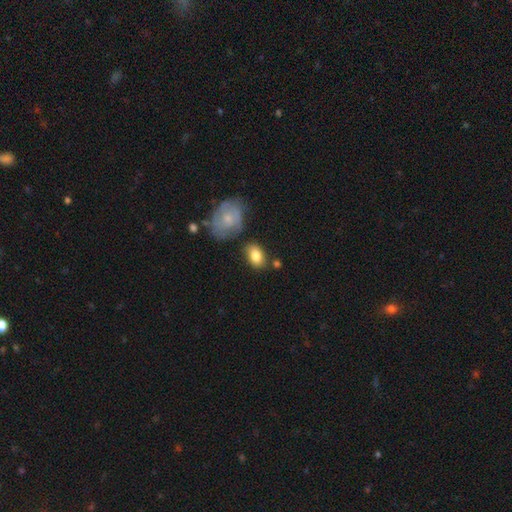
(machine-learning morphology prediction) smooth_or_featured: smooth (p=0.82) [alt: featured or disk p=0.11]
how_rounded: in between (p=0.83) [alt: round p=0.15]
merging: none (p=0.71) [alt: minor disturbance p=0.17]